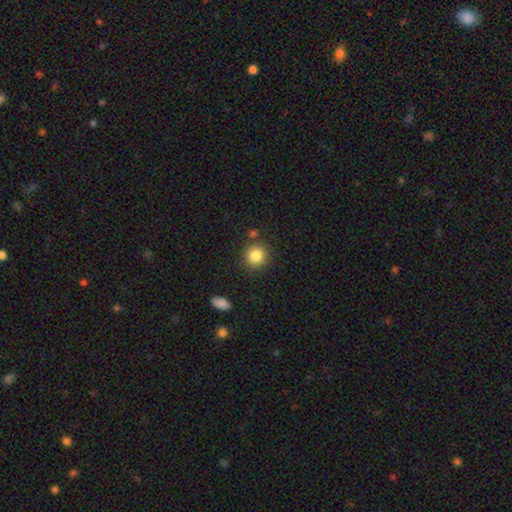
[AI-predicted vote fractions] Q: Smooth or featured?
A: smooth (84%); runner-up: star or artifact (10%)
Q: How rounded?
A: round (89%); runner-up: in between (11%)
Q: Merging?
A: none (82%); runner-up: minor disturbance (9%)